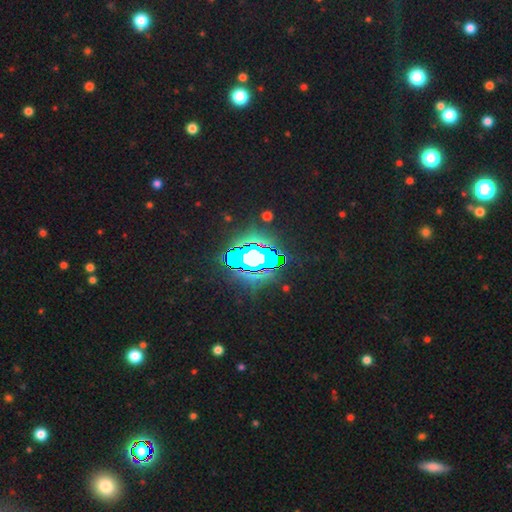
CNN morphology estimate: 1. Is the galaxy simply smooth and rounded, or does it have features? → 67% star or artifact, 17% featured or disk, 16% smooth.